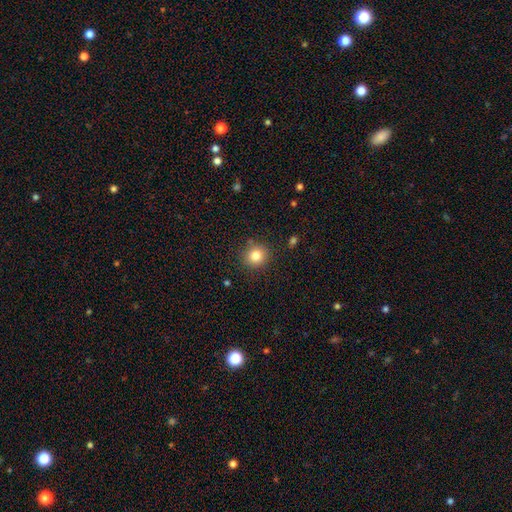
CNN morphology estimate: A smooth galaxy with no disk features (81%) that is round (88%). Merging: none (87%).